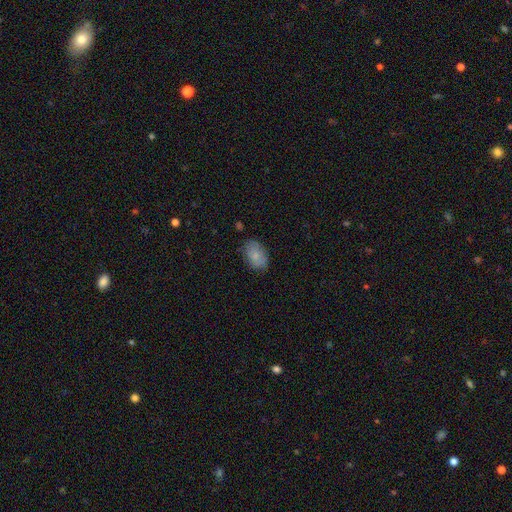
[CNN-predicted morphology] smooth_or_featured: smooth (p=0.81) [alt: featured or disk p=0.12]
how_rounded: in between (p=0.90) [alt: round p=0.08]
merging: none (p=0.77) [alt: minor disturbance p=0.18]